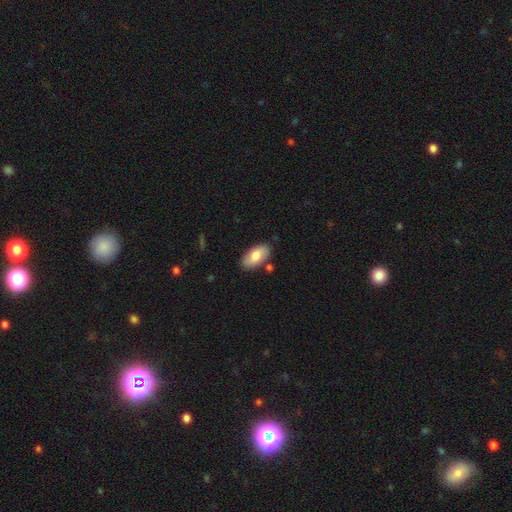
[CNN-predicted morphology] smooth-or-featured: smooth: 77% | featured or disk: 17% | star or artifact: 6%
  how-rounded: in between: 94% | cigar-shaped: 4% | round: 3%
  merging: none: 82% | minor disturbance: 11% | merger: 4% | major disturbance: 2%